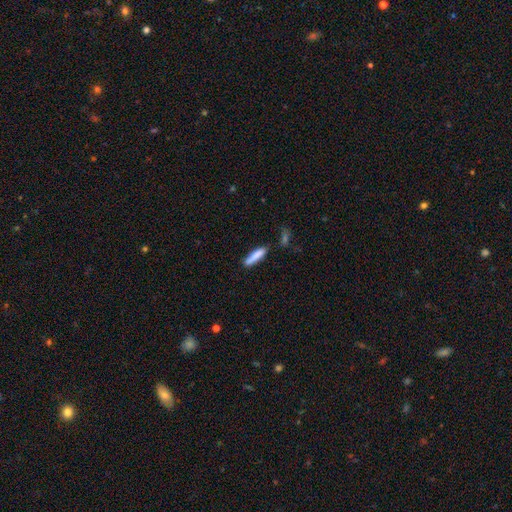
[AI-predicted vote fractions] Morphology: type=smooth (81%); roundness=cigar-shaped (83%); merging=none (73%).